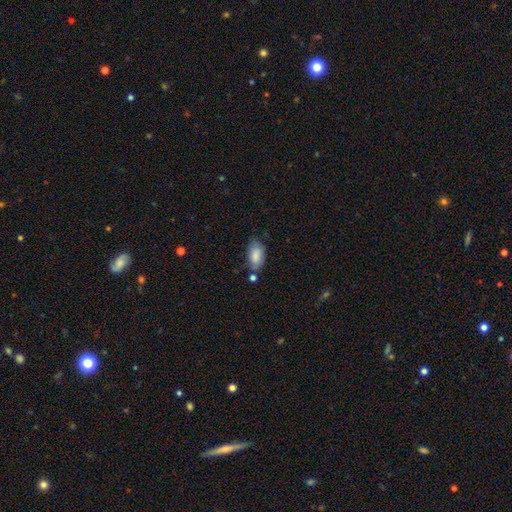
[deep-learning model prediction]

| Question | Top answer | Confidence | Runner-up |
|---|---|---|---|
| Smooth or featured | smooth | 83% | featured or disk (10%) |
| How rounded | in between | 93% | round (4%) |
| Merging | none | 59% | minor disturbance (25%) |